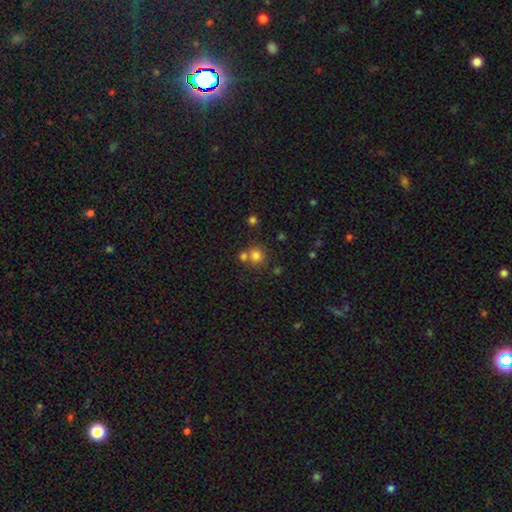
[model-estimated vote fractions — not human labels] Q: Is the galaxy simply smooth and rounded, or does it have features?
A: smooth — 78%.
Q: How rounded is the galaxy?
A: round — 87%.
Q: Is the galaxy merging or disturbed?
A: none — 57%.